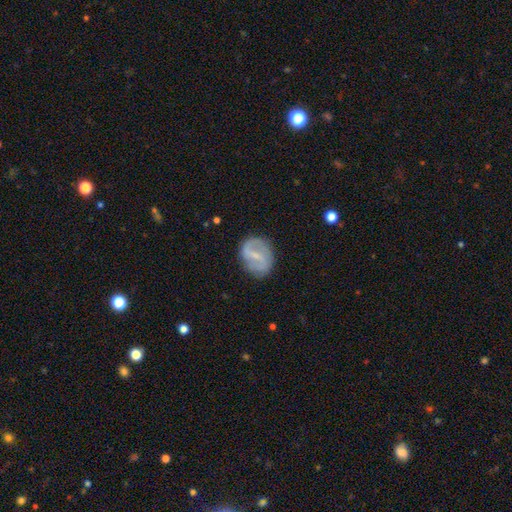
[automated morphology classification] featured or disk 68%, smooth 25%, star or artifact 7%. Down the decision tree: edge-on disk — no (97%); bar — weak (44%); spiral arms — yes (77%); spiral arm count — 2 (82%); spiral winding — medium (40%, tied with loose); bulge size — small (56%); merging — none (77%).